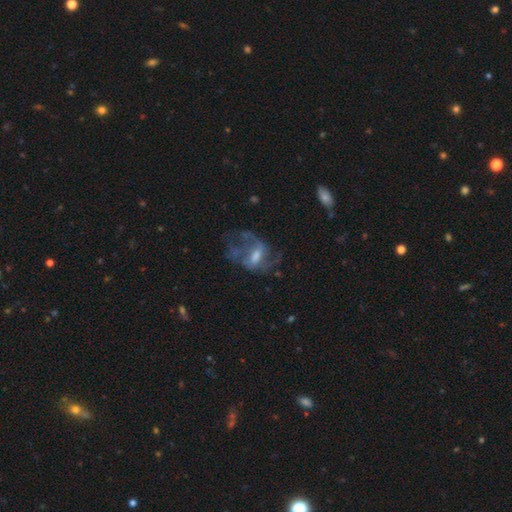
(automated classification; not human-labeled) featured or disk 68%, smooth 20%, star or artifact 12%. Down the decision tree: edge-on disk — no (96%); bar — weak (46%); spiral arms — yes (60%); bulge size — moderate (50%); merging — major disturbance (42%).